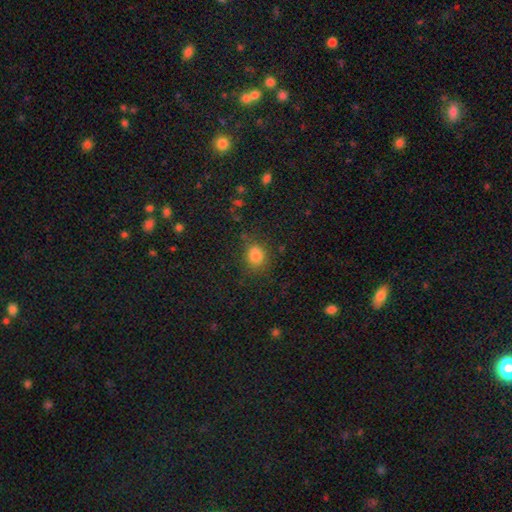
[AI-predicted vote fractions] A smooth galaxy with no disk features (81%) that is round (68%). Merging: none (73%).